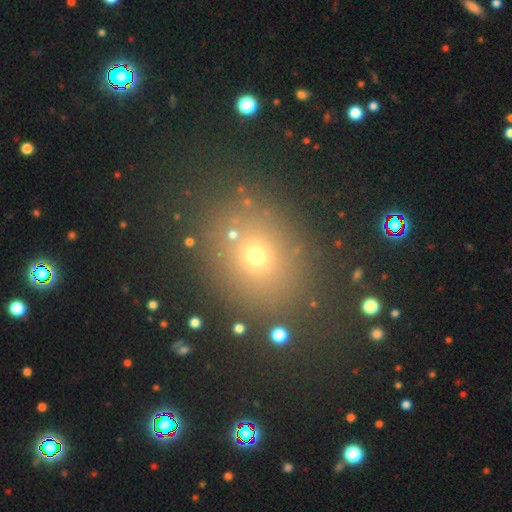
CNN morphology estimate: This appears to be a smooth galaxy with no disk features (61%) that is round (60%). Merging: none (83%).